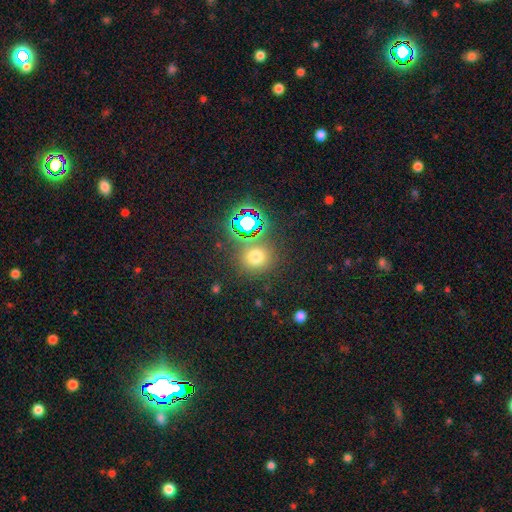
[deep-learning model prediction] Smooth or featured: smooth — 62% (star or artifact — 30%)
How rounded: round — 87% (in between — 12%)
Merging: none — 78% (minor disturbance — 9%)